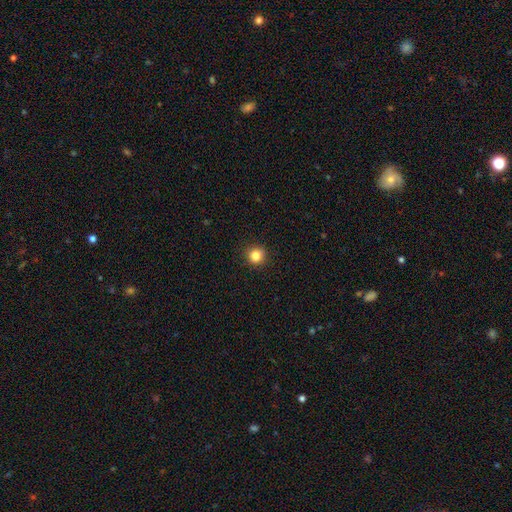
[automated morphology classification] Smooth or featured? Predicted: smooth (p=0.83). How rounded? Predicted: round (p=0.93). Merging? Predicted: none (p=0.92).